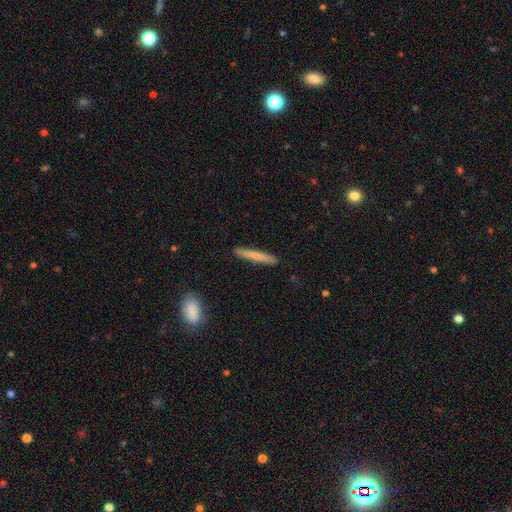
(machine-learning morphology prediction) Q: Smooth or featured?
A: smooth (73%); runner-up: featured or disk (21%)
Q: How rounded?
A: cigar-shaped (96%); runner-up: in between (3%)
Q: Merging?
A: none (91%); runner-up: minor disturbance (7%)